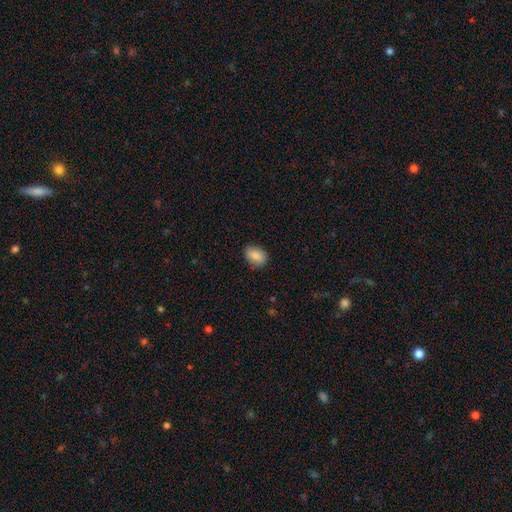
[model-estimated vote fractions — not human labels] This is clearly a smooth galaxy (87%). How rounded: clearly in between (81%). Merging: clearly none (84%).